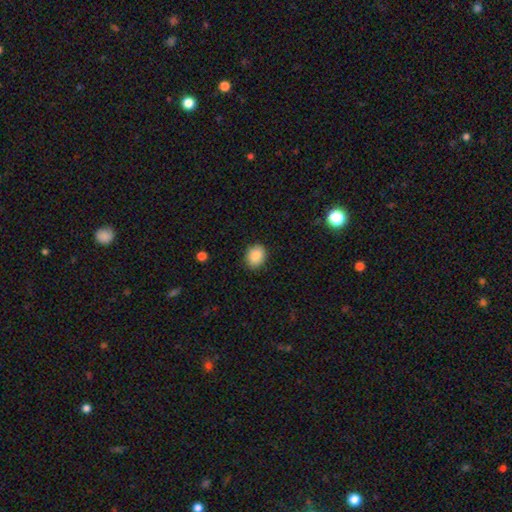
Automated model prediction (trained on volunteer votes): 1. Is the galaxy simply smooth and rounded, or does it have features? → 87% smooth, 8% star or artifact, 5% featured or disk.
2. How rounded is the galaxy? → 54% round, 45% in between, 1% cigar-shaped.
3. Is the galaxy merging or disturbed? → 89% none, 8% minor disturbance, 2% major disturbance, 1% merger.